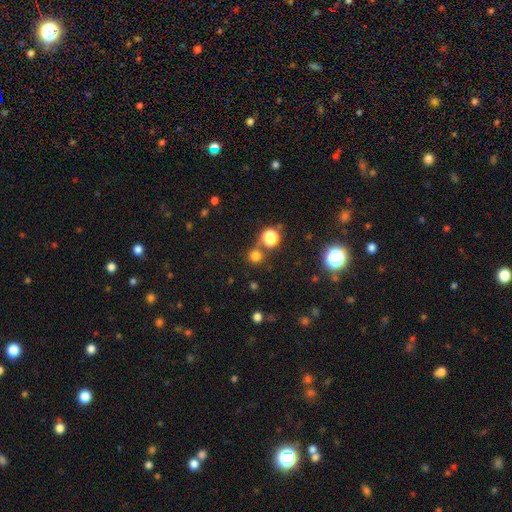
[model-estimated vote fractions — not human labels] smooth-or-featured: smooth: 71% | star or artifact: 23% | featured or disk: 6%
  how-rounded: round: 91% | in between: 8% | cigar-shaped: 1%
  merging: none: 70% | merger: 18% | minor disturbance: 8% | major disturbance: 4%